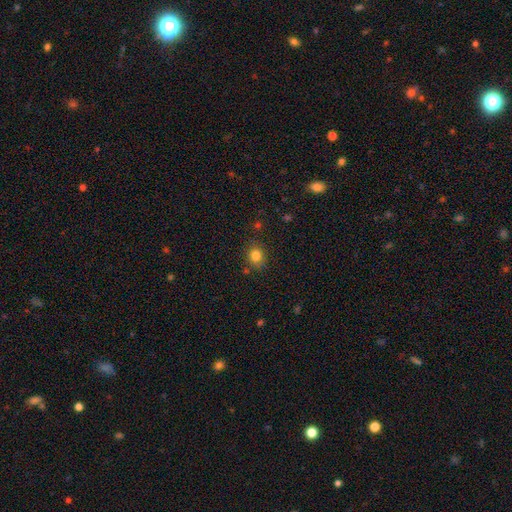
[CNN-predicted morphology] This is clearly a smooth galaxy (82%). How rounded: likely round (68%). Merging: clearly none (82%).